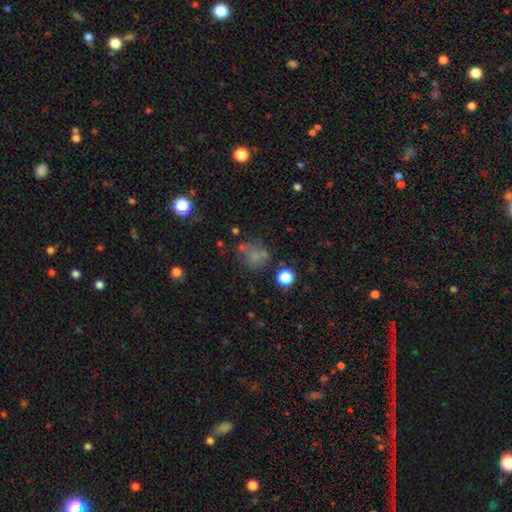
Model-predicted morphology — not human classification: Smooth or featured?
  - smooth: 64% *
  - star or artifact: 21%
  - featured or disk: 15%
How rounded?
  - round: 74% *
  - in between: 25%
  - cigar-shaped: 1%
Merging?
  - none: 53% *
  - minor disturbance: 20%
  - major disturbance: 14%
  - merger: 13%